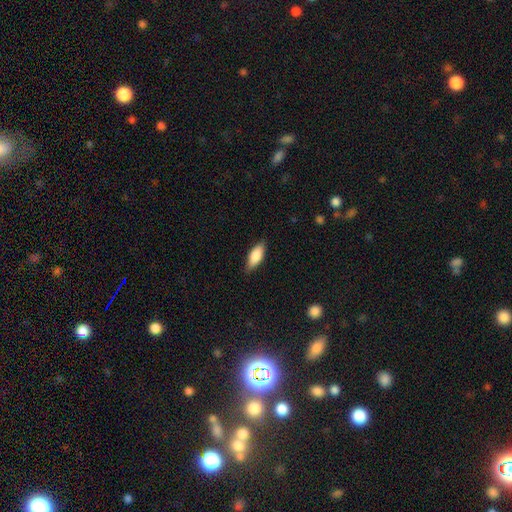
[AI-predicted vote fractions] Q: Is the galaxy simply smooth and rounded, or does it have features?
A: smooth — 81%.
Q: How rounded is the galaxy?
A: in between — 77%.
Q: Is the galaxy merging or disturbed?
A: none — 83%.